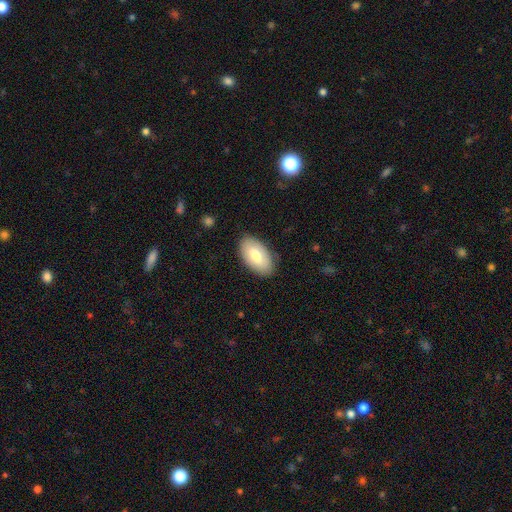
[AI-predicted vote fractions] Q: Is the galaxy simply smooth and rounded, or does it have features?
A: smooth — 72%.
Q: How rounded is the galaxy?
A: in between — 95%.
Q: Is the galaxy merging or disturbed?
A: none — 85%.